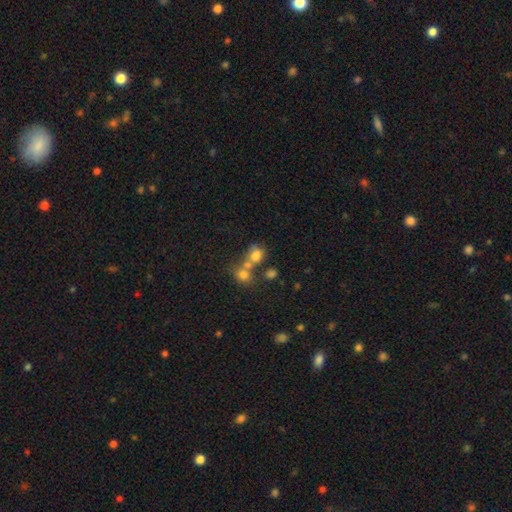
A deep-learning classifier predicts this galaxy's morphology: smooth 73%, featured or disk 14%, star or artifact 13%. Down the decision tree: how rounded — round (58%); merging — merger (49%).